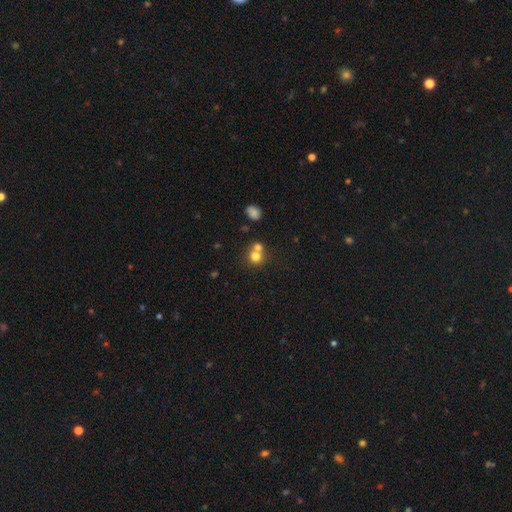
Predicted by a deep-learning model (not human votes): Morphology: type=smooth (75%); roundness=round (84%); merging=merger (47%).